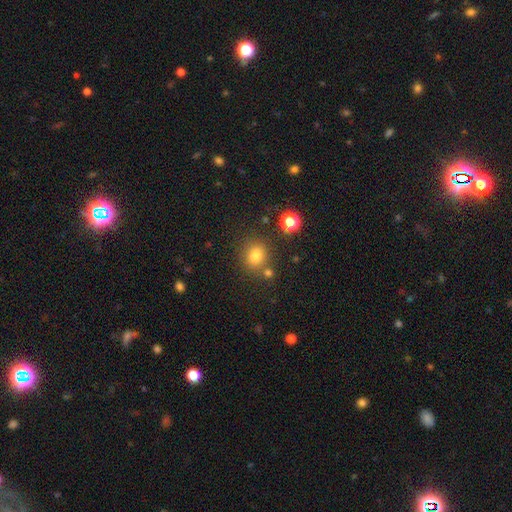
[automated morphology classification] Smooth or featured? smooth (79%)
How rounded? round (75%)
Merging? none (75%)